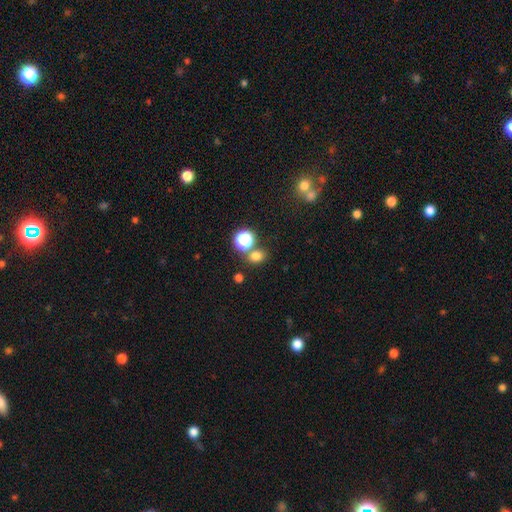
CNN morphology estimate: type=smooth (73%); roundness=round (59%); merging=none (69%).